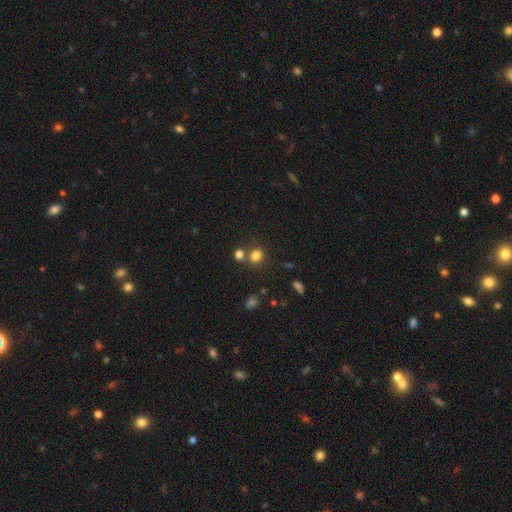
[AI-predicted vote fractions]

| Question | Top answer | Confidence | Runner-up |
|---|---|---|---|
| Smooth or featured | smooth | 79% | star or artifact (15%) |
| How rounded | round | 66% | in between (33%) |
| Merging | none | 61% | merger (26%) |